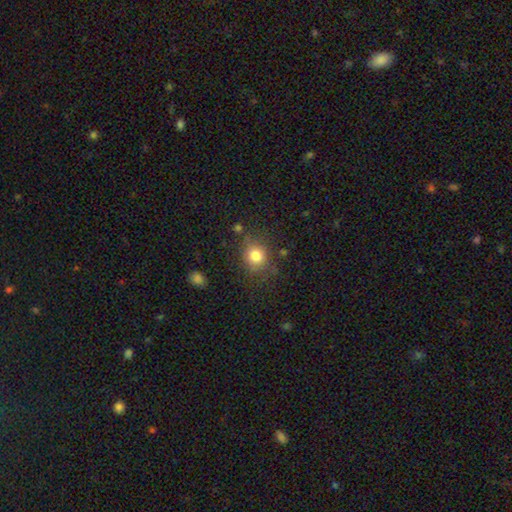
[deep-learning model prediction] Smooth or featured: smooth — 81% (star or artifact — 12%)
How rounded: round — 77% (in between — 22%)
Merging: none — 77% (minor disturbance — 14%)